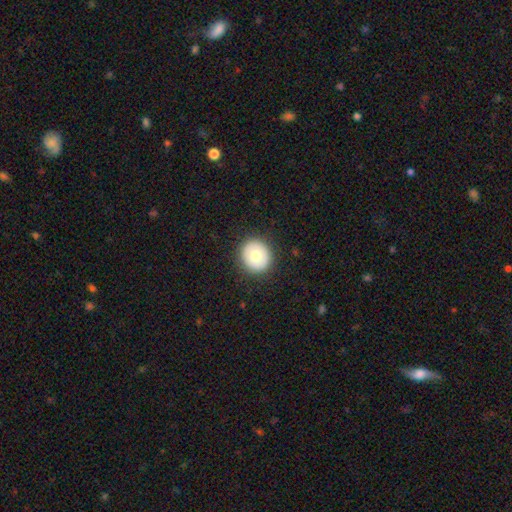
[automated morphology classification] A smooth galaxy with no disk features (64%) that is round (90%).

Vote fractions:
- Smooth or featured? smooth: 64% / featured or disk: 29% / star or artifact: 7%
- How rounded? round: 90% / in between: 9% / cigar-shaped: 1%
- Merging? none: 90% / minor disturbance: 7% / major disturbance: 2% / merger: 1%